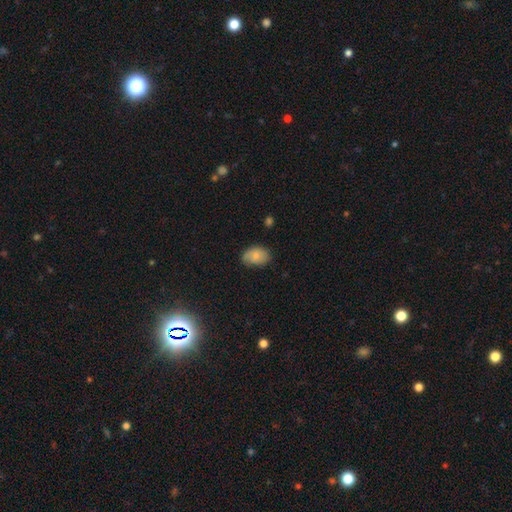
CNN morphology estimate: This appears to be a smooth galaxy with no disk features (78%) that is in between round and cigar-shaped (82%). Merging: none (66%).